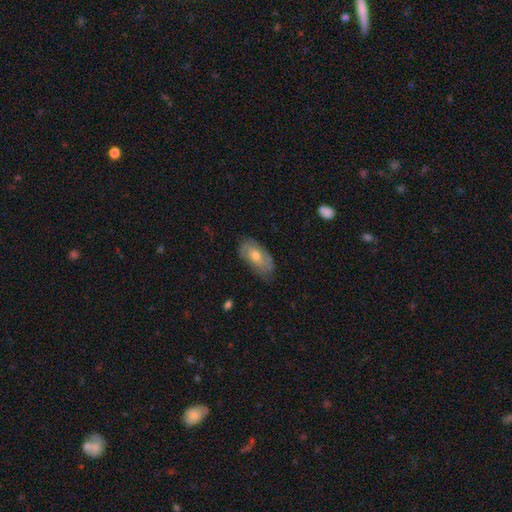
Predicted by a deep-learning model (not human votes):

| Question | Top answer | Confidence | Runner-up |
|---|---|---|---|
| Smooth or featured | smooth | 54% | featured or disk (39%) |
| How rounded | in between | 91% | round (5%) |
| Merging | none | 67% | minor disturbance (26%) |